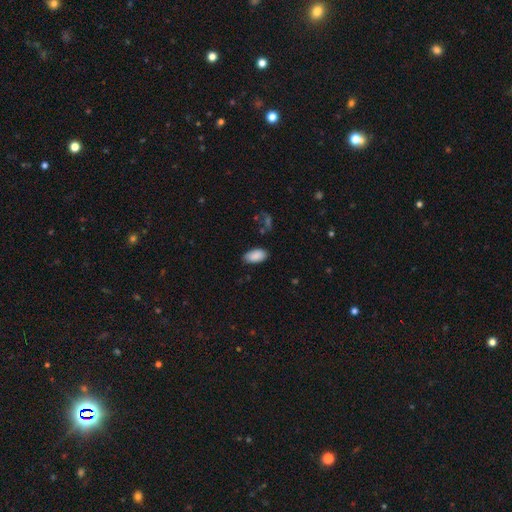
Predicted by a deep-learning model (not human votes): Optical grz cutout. It shows a smooth galaxy with no disk features (88%) that is in between round and cigar-shaped (95%). Merging: none (78%).